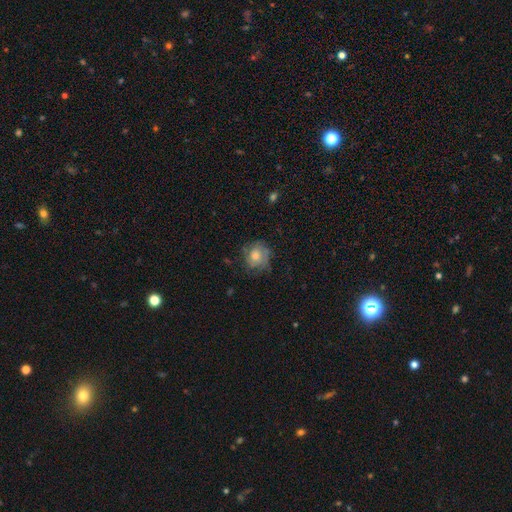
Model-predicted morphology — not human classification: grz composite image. It shows a smooth galaxy with no disk features (53%) that is round (78%). Merging: none (66%).